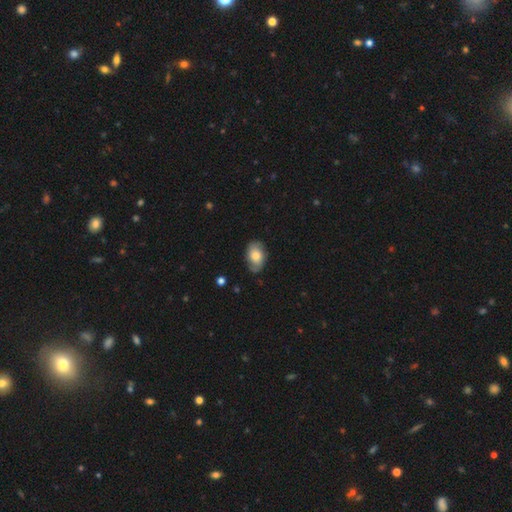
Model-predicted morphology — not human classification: Smooth or featured: smooth — 64% (featured or disk — 29%)
How rounded: in between — 88% (round — 10%)
Merging: none — 73% (minor disturbance — 21%)